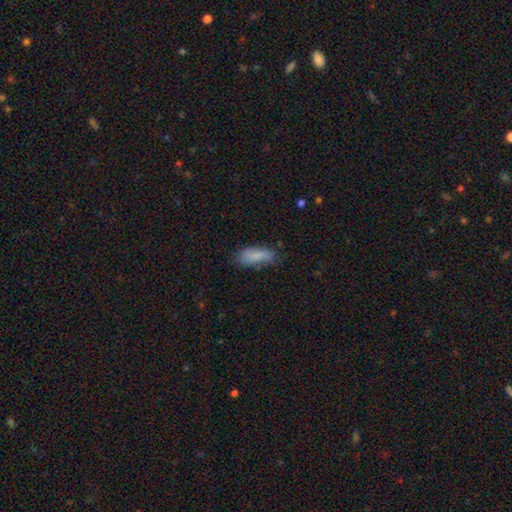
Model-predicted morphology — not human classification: The model was most divided on "merging": none: 61%, minor disturbance: 28%, major disturbance: 8%, merger: 3%. More confident: smooth or featured — smooth (82%); how rounded — in between (71%).